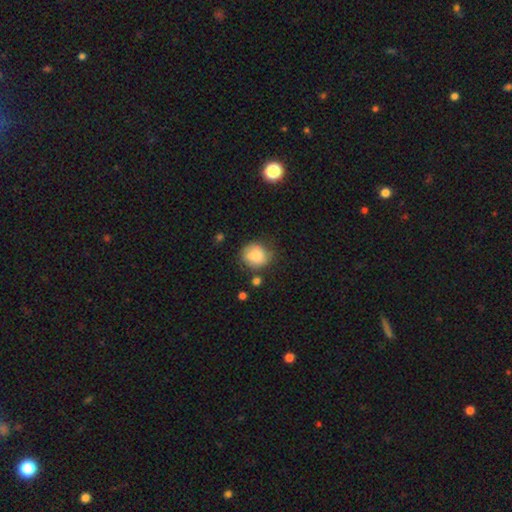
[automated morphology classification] type=smooth (70%); roundness=round (78%); merging=none (57%).